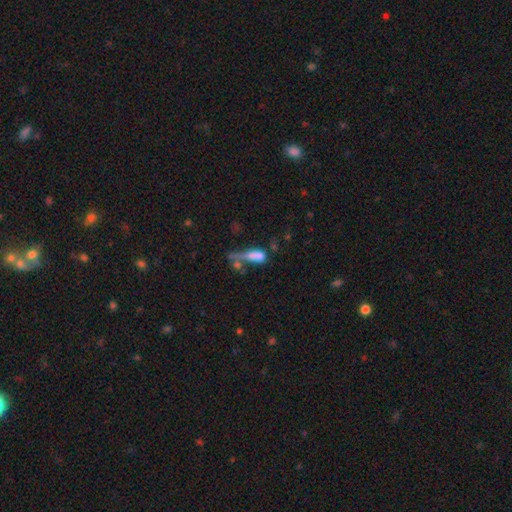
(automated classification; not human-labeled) A smooth galaxy with no disk features (62%) that is in between round and cigar-shaped (54%). Merging: merger (34%).